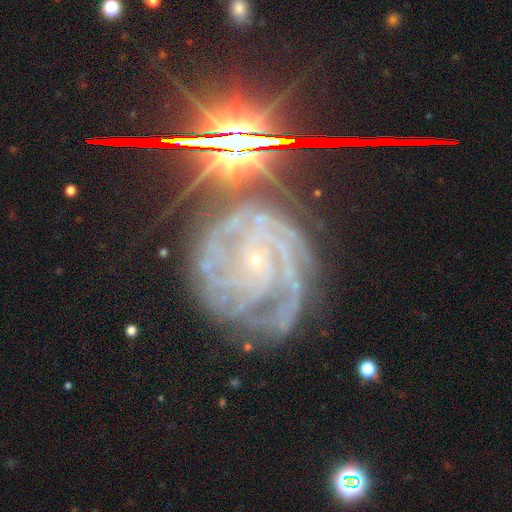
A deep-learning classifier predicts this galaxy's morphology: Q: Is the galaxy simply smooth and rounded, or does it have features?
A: featured or disk — 82%.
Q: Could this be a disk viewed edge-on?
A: no — 97%.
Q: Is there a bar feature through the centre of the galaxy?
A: no — 64%.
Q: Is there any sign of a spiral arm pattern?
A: yes — 98%.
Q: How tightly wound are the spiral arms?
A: tight — 76%.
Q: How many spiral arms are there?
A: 3 — 29%.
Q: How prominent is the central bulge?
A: small — 87%.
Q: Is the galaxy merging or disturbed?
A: none — 67%.